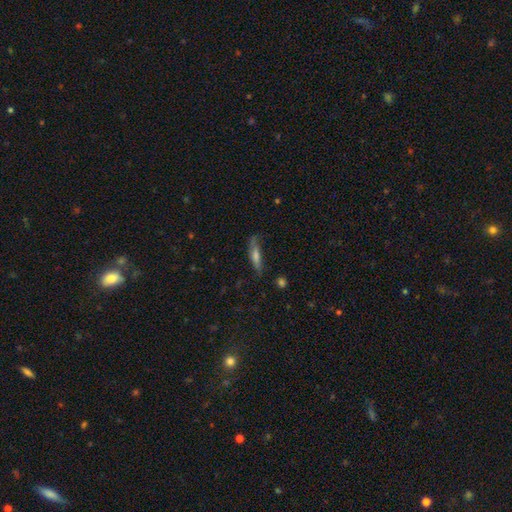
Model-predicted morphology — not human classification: type=smooth (47%); merging=none (74%).